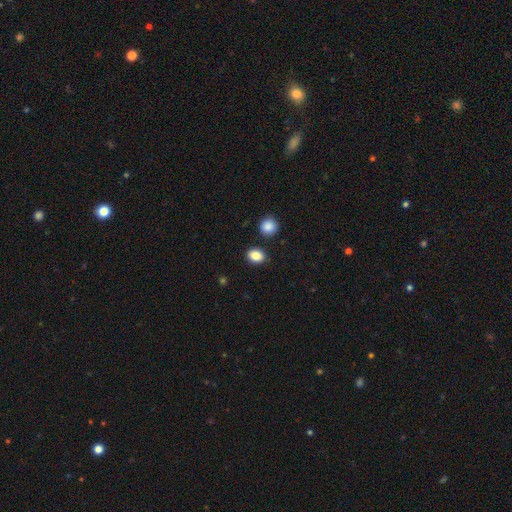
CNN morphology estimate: A smooth galaxy with no disk features (86%) that is in between round and cigar-shaped (59%).

Vote fractions:
- Smooth or featured? smooth: 86% / star or artifact: 9% / featured or disk: 4%
- How rounded? in between: 59% / round: 40% / cigar-shaped: 1%
- Merging? none: 85% / minor disturbance: 8% / merger: 5% / major disturbance: 2%